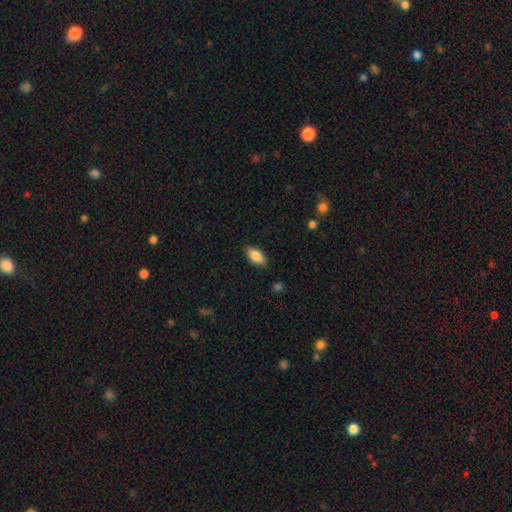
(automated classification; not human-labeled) Smooth or featured: smooth — 85% (featured or disk — 8%)
How rounded: in between — 91% (cigar-shaped — 5%)
Merging: none — 86% (minor disturbance — 11%)